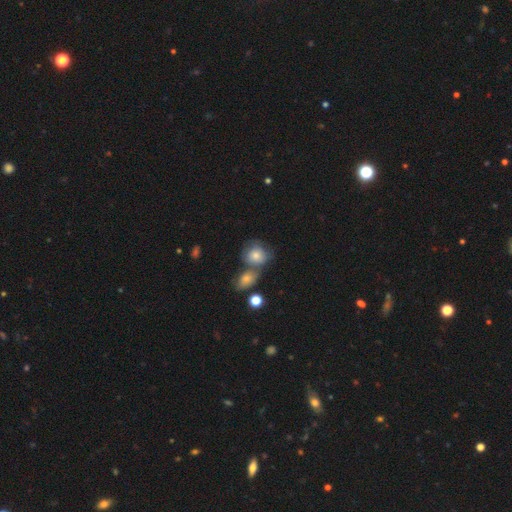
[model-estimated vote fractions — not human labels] smooth_or_featured: smooth (p=0.67) [alt: featured or disk p=0.22]
how_rounded: round (p=0.71) [alt: in between p=0.28]
merging: none (p=0.41) [alt: merger p=0.38]